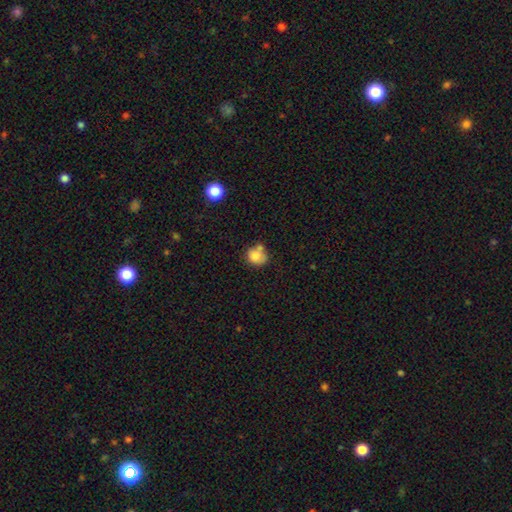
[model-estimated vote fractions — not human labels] Smooth or featured? smooth (78%)
How rounded? round (71%)
Merging? none (47%)